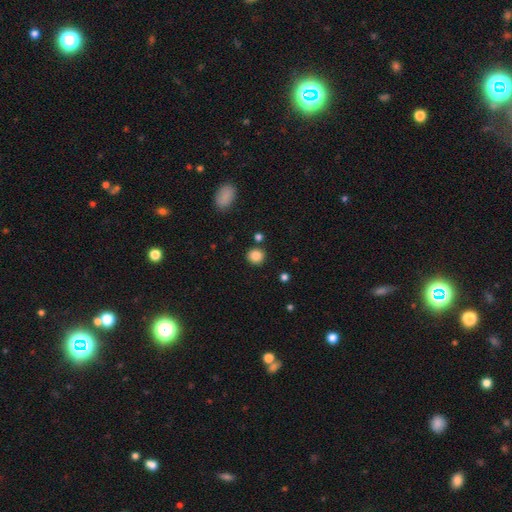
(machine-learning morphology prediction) Overall: smooth (85%). How rounded: round (90%). Merging: none (86%).